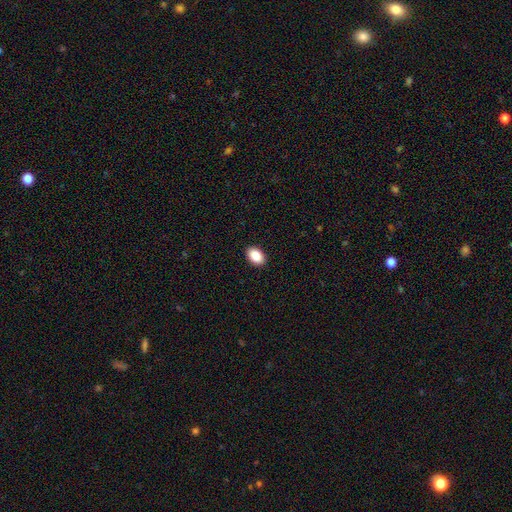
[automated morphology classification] Q: Smooth or featured?
A: smooth (88%); runner-up: star or artifact (8%)
Q: How rounded?
A: in between (87%); runner-up: round (12%)
Q: Merging?
A: none (91%); runner-up: minor disturbance (6%)